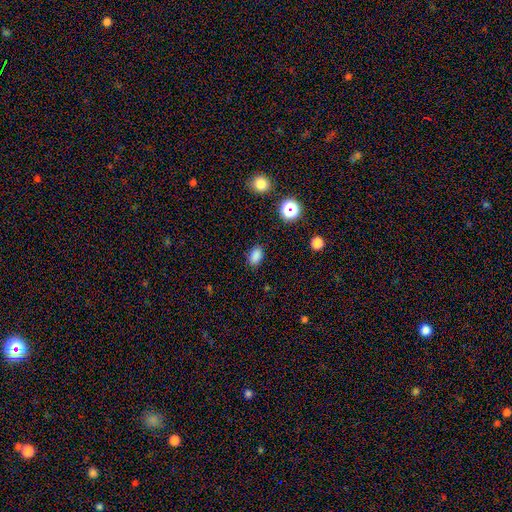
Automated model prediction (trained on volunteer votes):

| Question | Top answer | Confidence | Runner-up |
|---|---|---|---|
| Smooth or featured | smooth | 83% | star or artifact (13%) |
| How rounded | in between | 85% | round (14%) |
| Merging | none | 86% | minor disturbance (10%) |